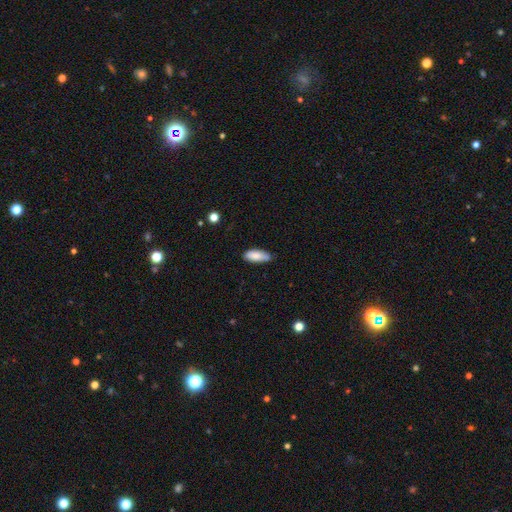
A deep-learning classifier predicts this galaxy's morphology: Overall: smooth (83%). How rounded: in between (80%). Merging: none (76%).